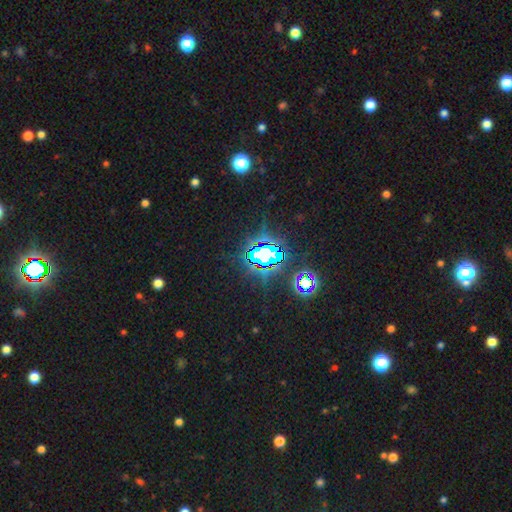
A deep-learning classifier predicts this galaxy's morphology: type=star or artifact (79%).